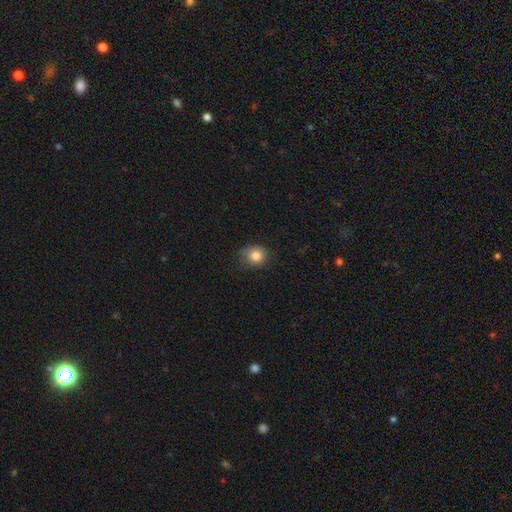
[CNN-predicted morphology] smooth-or-featured: smooth: 83% | star or artifact: 10% | featured or disk: 7%
  how-rounded: round: 74% | in between: 25% | cigar-shaped: 1%
  merging: none: 70% | minor disturbance: 24% | major disturbance: 5% | merger: 1%